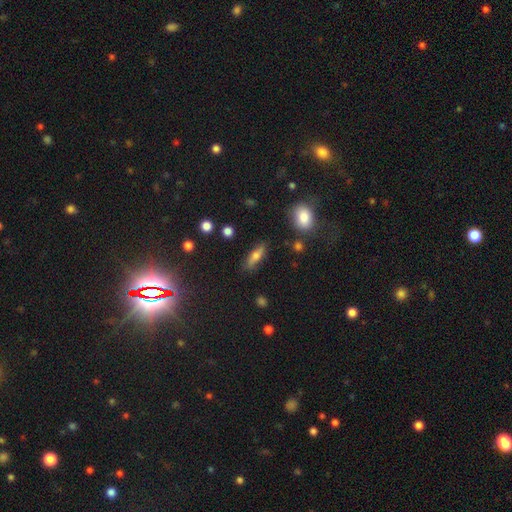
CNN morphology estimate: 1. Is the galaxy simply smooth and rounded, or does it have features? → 63% smooth, 28% featured or disk, 9% star or artifact.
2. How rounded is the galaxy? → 48% in between, 47% cigar-shaped, 4% round.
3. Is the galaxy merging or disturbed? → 82% none, 12% minor disturbance, 3% major disturbance, 2% merger.